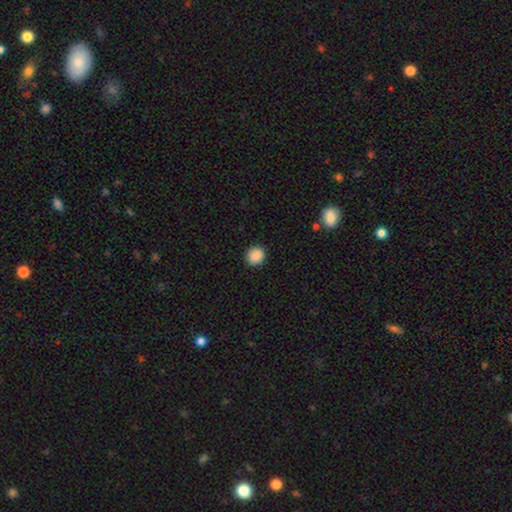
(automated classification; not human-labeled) This is clearly a smooth galaxy (89%). How rounded: clearly round (84%). Merging: clearly none (90%).